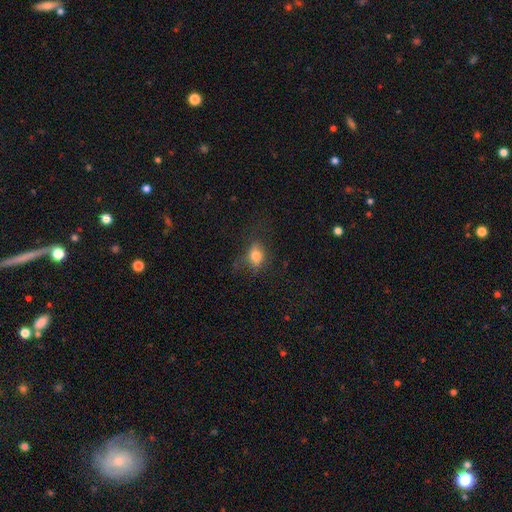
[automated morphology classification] Smooth or featured? smooth (73%)
How rounded? in between (65%)
Merging? none (59%)